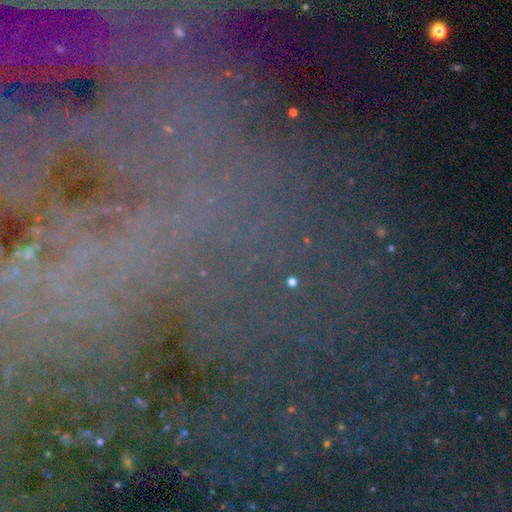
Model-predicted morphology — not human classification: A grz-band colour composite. It shows a star or artifact, not a galaxy (64%).